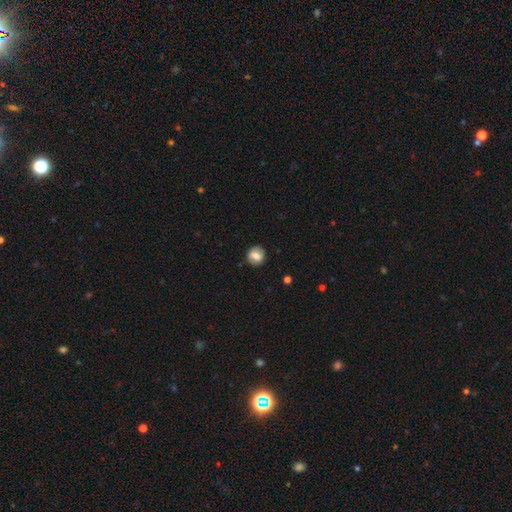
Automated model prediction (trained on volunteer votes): A smooth galaxy with no disk features (71%) that is round (81%).

Vote fractions:
- Smooth or featured? smooth: 71% / featured or disk: 21% / star or artifact: 9%
- How rounded? round: 81% / in between: 18% / cigar-shaped: 1%
- Merging? none: 86% / minor disturbance: 10% / major disturbance: 3% / merger: 1%